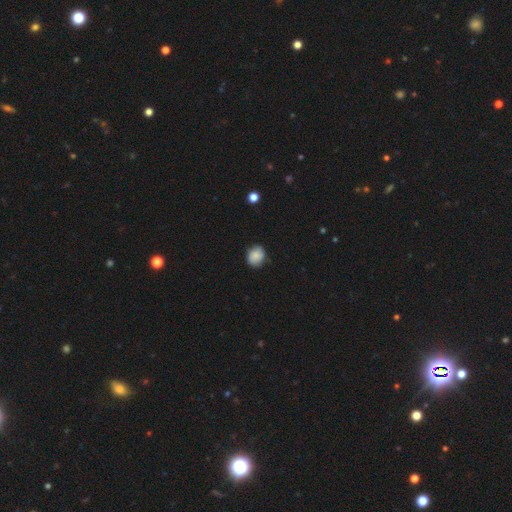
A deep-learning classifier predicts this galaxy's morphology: Q: Smooth or featured?
A: smooth (82%); runner-up: featured or disk (9%)
Q: How rounded?
A: round (69%); runner-up: in between (30%)
Q: Merging?
A: none (75%); runner-up: minor disturbance (20%)